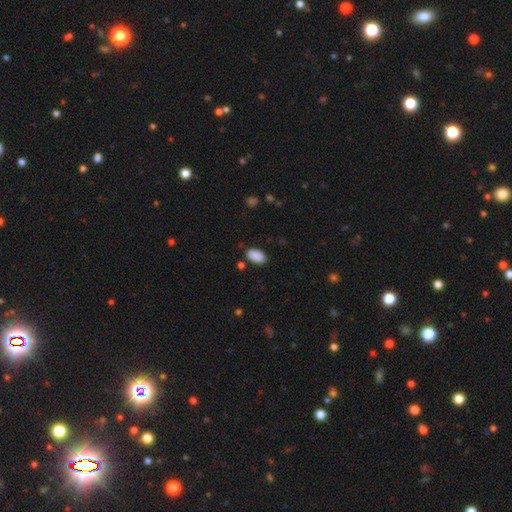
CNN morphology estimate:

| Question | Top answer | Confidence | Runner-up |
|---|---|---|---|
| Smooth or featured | smooth | 90% | star or artifact (7%) |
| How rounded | in between | 93% | round (5%) |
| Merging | none | 84% | minor disturbance (11%) |